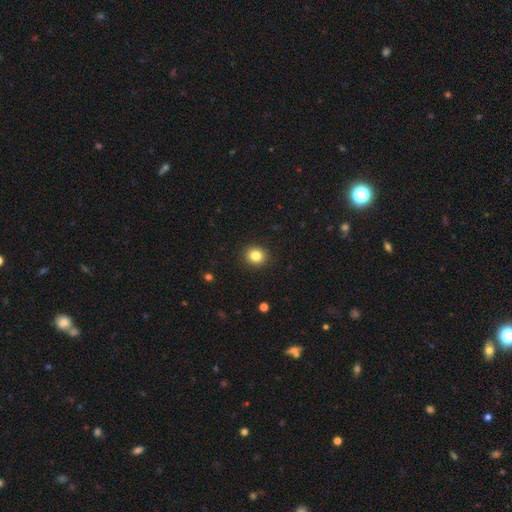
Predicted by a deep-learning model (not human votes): smooth 84%, star or artifact 11%, featured or disk 6%. Down the decision tree: how rounded — round (81%); merging — none (92%).